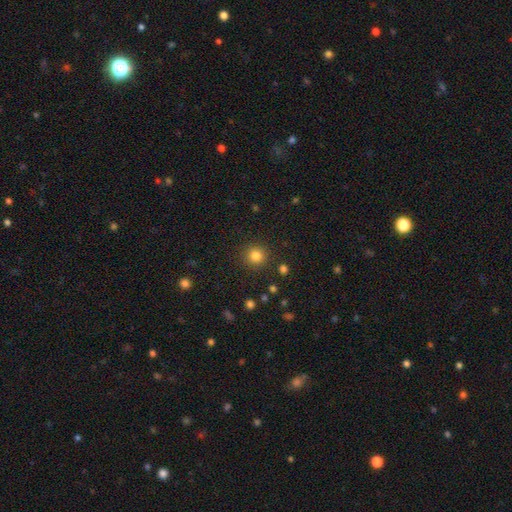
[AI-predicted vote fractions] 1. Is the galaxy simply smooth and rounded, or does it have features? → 83% smooth, 12% star or artifact, 5% featured or disk.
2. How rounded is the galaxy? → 93% round, 6% in between, 1% cigar-shaped.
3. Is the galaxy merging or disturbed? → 90% none, 6% minor disturbance, 2% major disturbance, 2% merger.